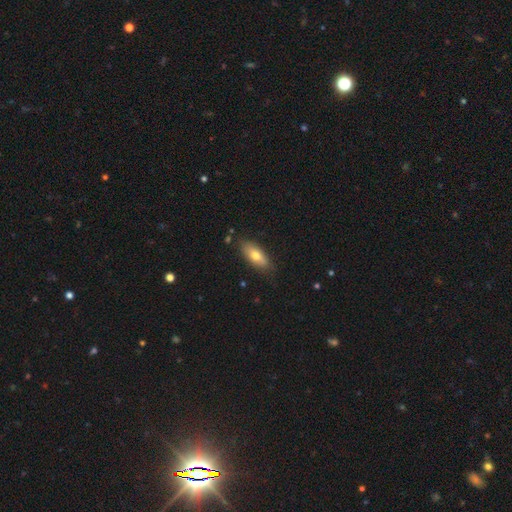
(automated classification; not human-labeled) smooth-or-featured: smooth: 69% | featured or disk: 24% | star or artifact: 6%
  how-rounded: in between: 76% | cigar-shaped: 21% | round: 3%
  merging: none: 81% | minor disturbance: 14% | major disturbance: 3% | merger: 2%